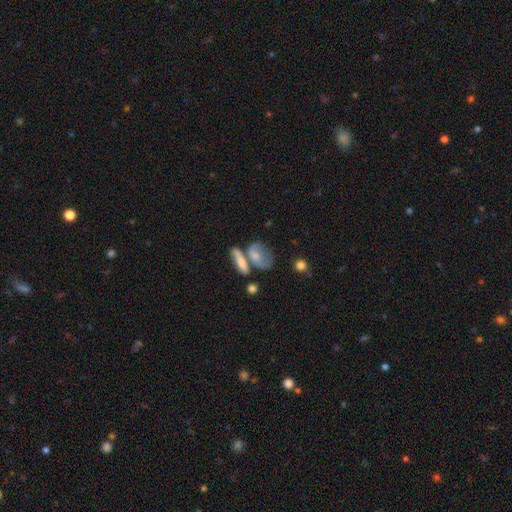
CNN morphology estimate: Smooth or featured? smooth (65%)
How rounded? in between (74%)
Merging? merger (36%)